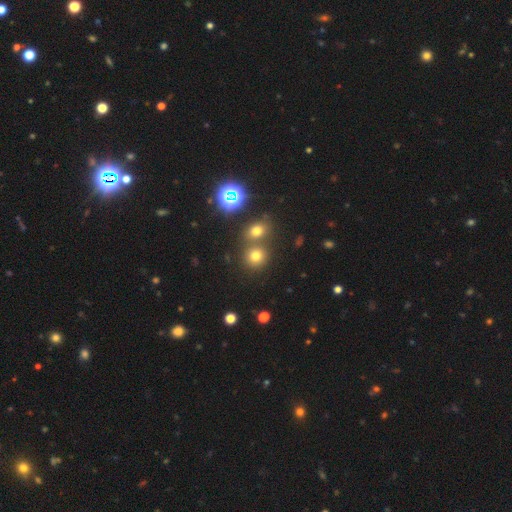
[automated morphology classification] Smooth or featured?
  - smooth: 68% *
  - star or artifact: 23%
  - featured or disk: 9%
How rounded?
  - round: 85% *
  - in between: 14%
  - cigar-shaped: 1%
Merging?
  - none: 63% *
  - merger: 27%
  - minor disturbance: 7%
  - major disturbance: 3%